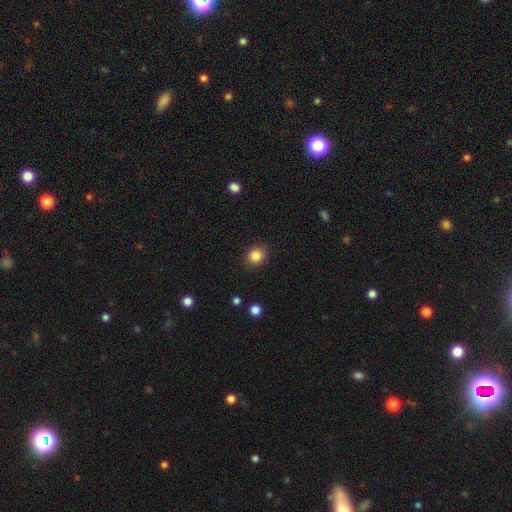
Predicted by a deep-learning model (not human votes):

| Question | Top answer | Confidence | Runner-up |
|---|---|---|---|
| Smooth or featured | smooth | 85% | star or artifact (10%) |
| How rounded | round | 77% | in between (22%) |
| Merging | none | 88% | minor disturbance (8%) |